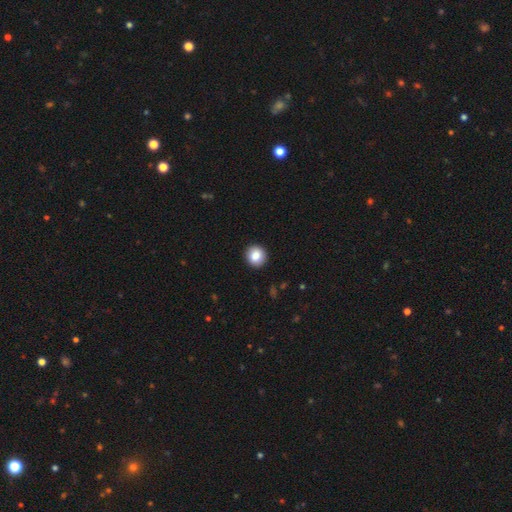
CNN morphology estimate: The model was most divided on "smooth or featured": smooth: 87%, star or artifact: 8%, featured or disk: 5%. More confident: merging — none (92%); how rounded — round (89%).